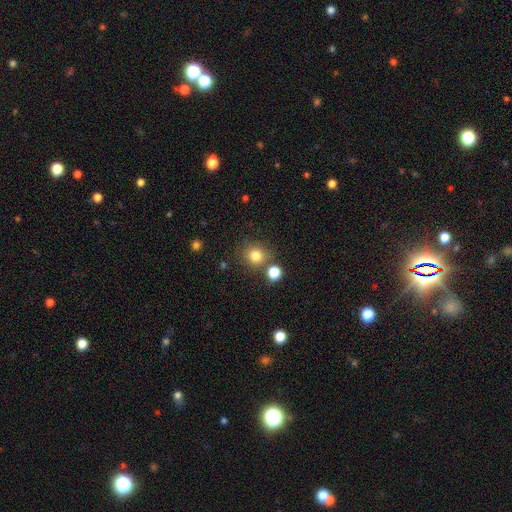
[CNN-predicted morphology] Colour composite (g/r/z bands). It shows a smooth galaxy with no disk features (80%) that is round (88%). Merging: none (75%).